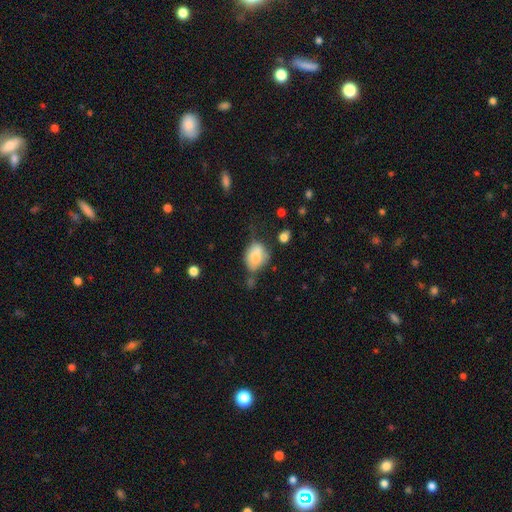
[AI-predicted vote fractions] smooth_or_featured: smooth (p=0.74) [alt: featured or disk p=0.17]
how_rounded: in between (p=0.61) [alt: round p=0.37]
merging: none (p=0.36) [alt: minor disturbance p=0.32]